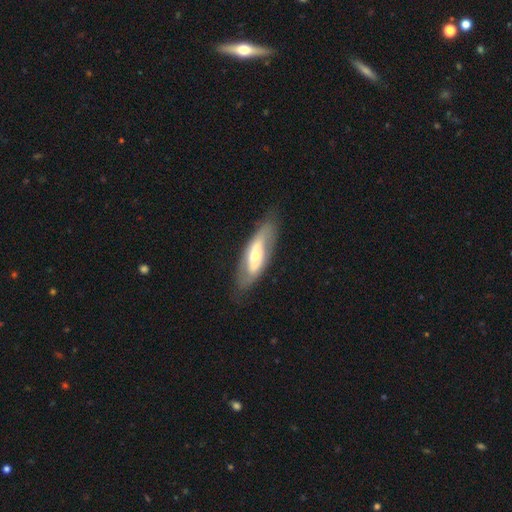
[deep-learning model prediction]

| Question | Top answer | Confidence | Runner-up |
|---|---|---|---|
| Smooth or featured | featured or disk | 59% | smooth (35%) |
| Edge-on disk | no | 77% | yes (23%) |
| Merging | none | 77% | minor disturbance (16%) |